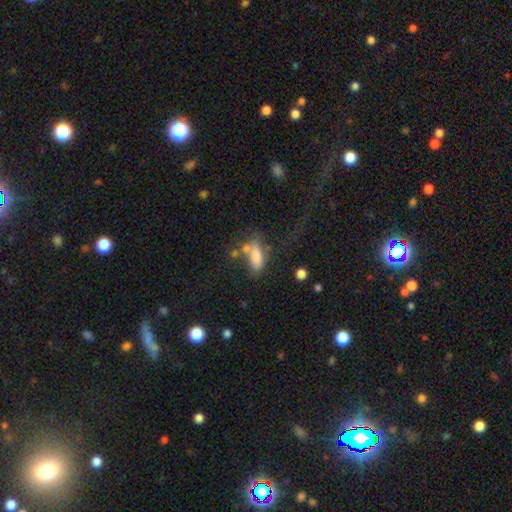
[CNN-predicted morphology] Smooth or featured? smooth (74%)
How rounded? in between (77%)
Merging? none (37%)